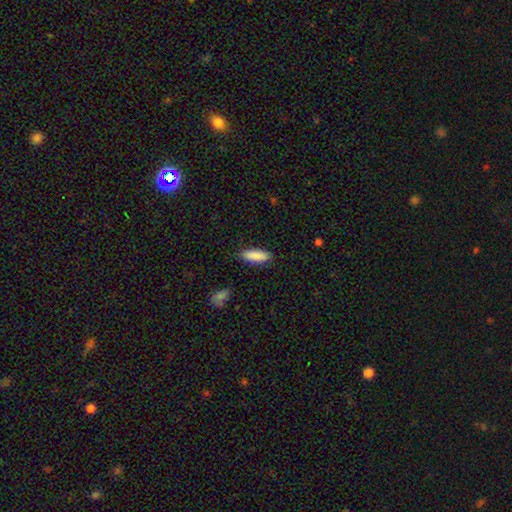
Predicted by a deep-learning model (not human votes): Smooth or featured?
  - smooth: 89% *
  - star or artifact: 6%
  - featured or disk: 5%
How rounded?
  - in between: 62% *
  - cigar-shaped: 37%
  - round: 2%
Merging?
  - none: 87% *
  - minor disturbance: 10%
  - major disturbance: 2%
  - merger: 1%